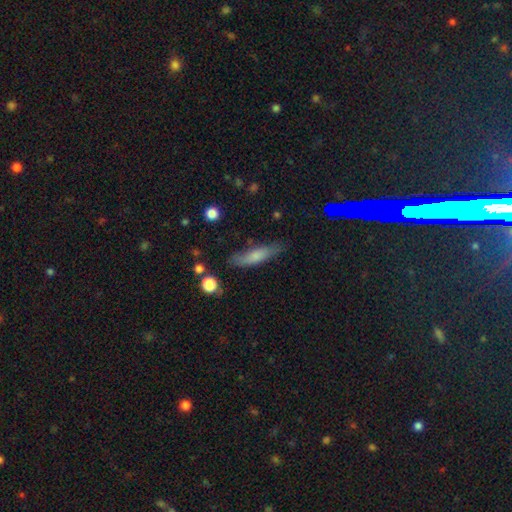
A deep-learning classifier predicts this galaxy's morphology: smooth-or-featured: smooth: 71% | featured or disk: 21% | star or artifact: 8%
  how-rounded: cigar-shaped: 69% | in between: 29% | round: 2%
  merging: none: 71% | minor disturbance: 21% | major disturbance: 5% | merger: 2%